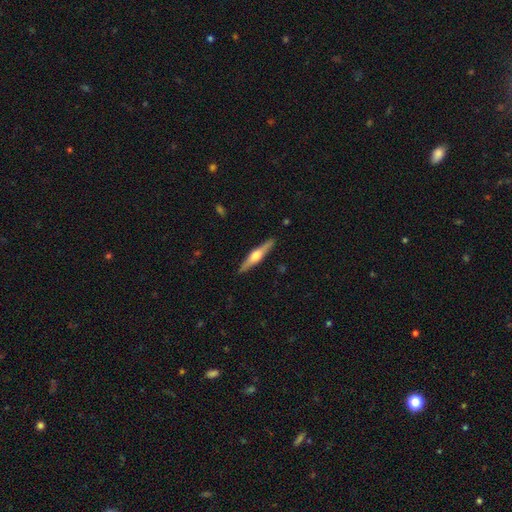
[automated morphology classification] featured or disk 65%, smooth 30%, star or artifact 5%. Down the decision tree: edge-on disk — yes (97%); edge-on bulge — rounded (93%); merging — none (90%).